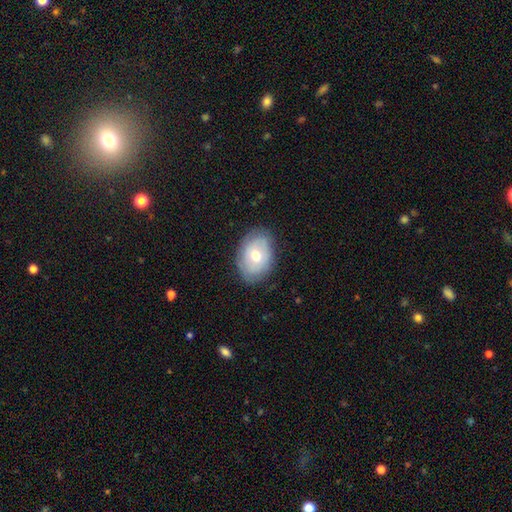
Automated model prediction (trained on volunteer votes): Smooth or featured? smooth (55%)
How rounded? in between (77%)
Merging? none (77%)